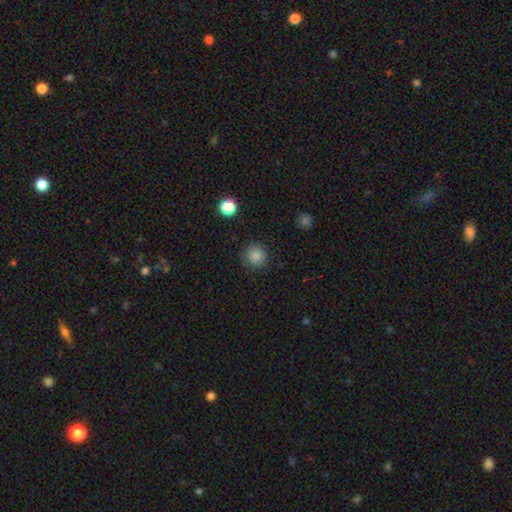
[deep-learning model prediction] Smooth or featured: smooth — 84% (star or artifact — 11%)
How rounded: round — 93% (in between — 6%)
Merging: none — 85% (minor disturbance — 10%)